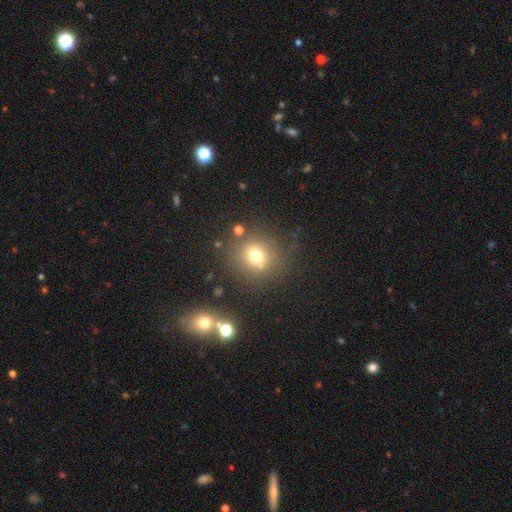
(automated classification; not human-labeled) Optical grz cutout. It shows a smooth galaxy with no disk features (70%) that is round (83%). Merging: none (75%).